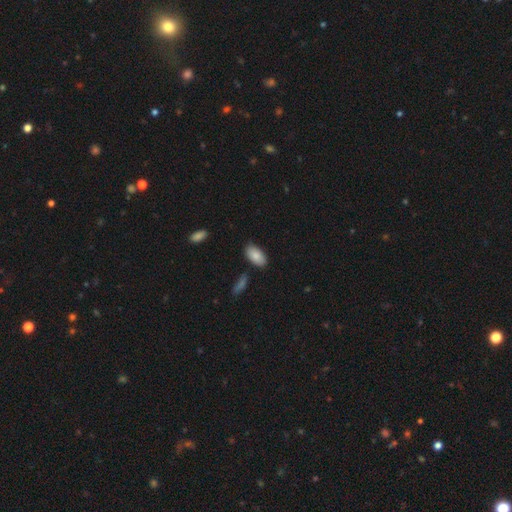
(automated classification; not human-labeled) smooth_or_featured: smooth (p=0.87) [alt: featured or disk p=0.07]
how_rounded: in between (p=0.94) [alt: round p=0.03]
merging: none (p=0.82) [alt: minor disturbance p=0.12]